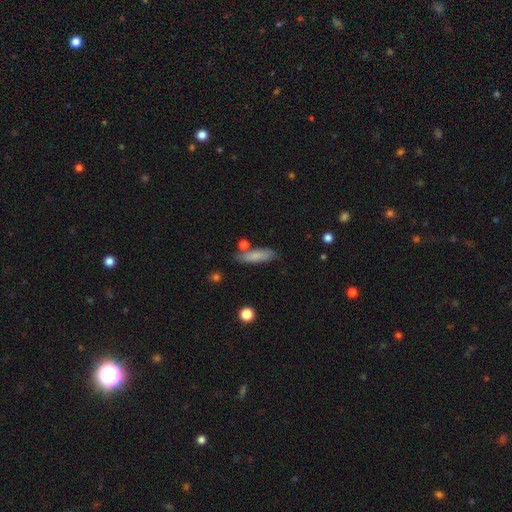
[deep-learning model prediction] Smooth or featured: smooth — 81% (featured or disk — 12%)
How rounded: cigar-shaped — 62% (in between — 36%)
Merging: none — 75% (minor disturbance — 14%)